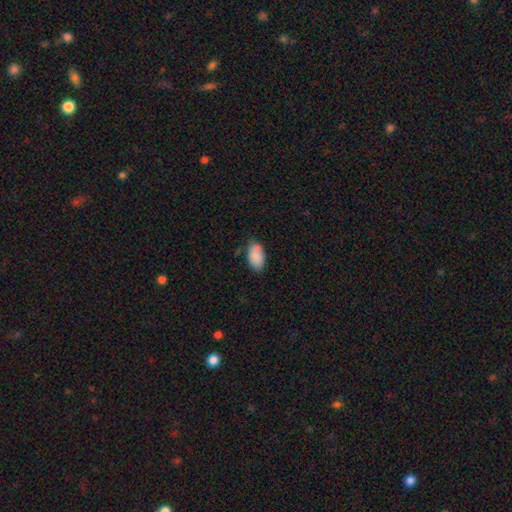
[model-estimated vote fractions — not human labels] Smooth or featured?
  - smooth: 87% *
  - star or artifact: 7%
  - featured or disk: 6%
How rounded?
  - in between: 94% *
  - round: 4%
  - cigar-shaped: 2%
Merging?
  - none: 66% *
  - minor disturbance: 25%
  - major disturbance: 5%
  - merger: 4%